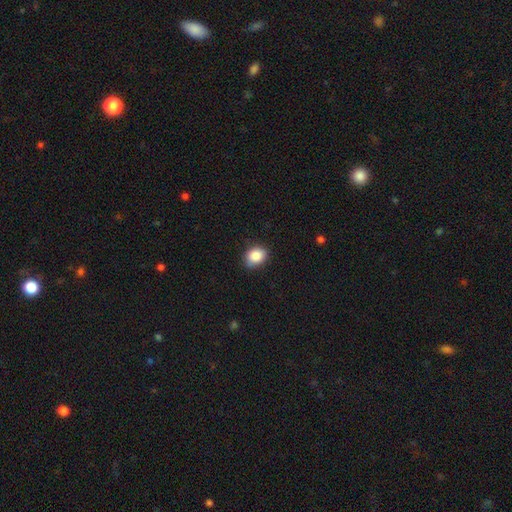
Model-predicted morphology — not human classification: The model was most divided on "how rounded": in between: 56%, round: 43%, cigar-shaped: 1%. More confident: smooth or featured — smooth (86%); merging — none (81%).